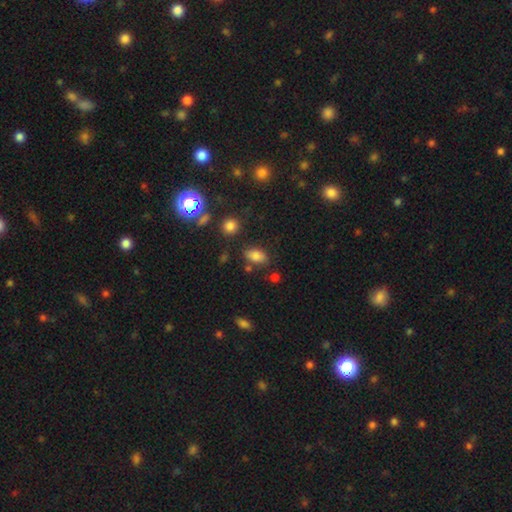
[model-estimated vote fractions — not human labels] Q: Smooth or featured?
A: smooth (80%); runner-up: star or artifact (12%)
Q: How rounded?
A: in between (89%); runner-up: round (7%)
Q: Merging?
A: none (78%); runner-up: minor disturbance (13%)